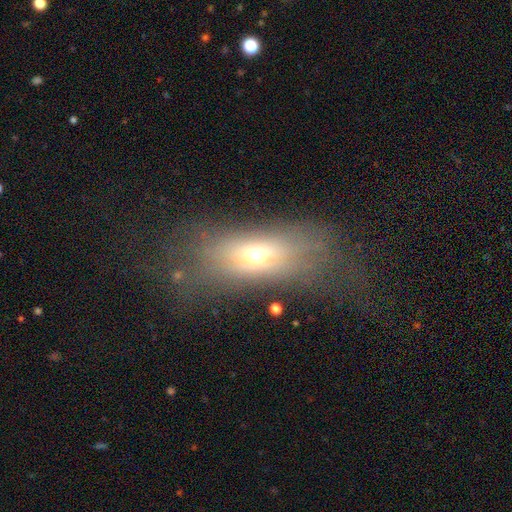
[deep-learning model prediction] Smooth or featured? smooth (58%)
How rounded? in between (69%)
Merging? none (61%)